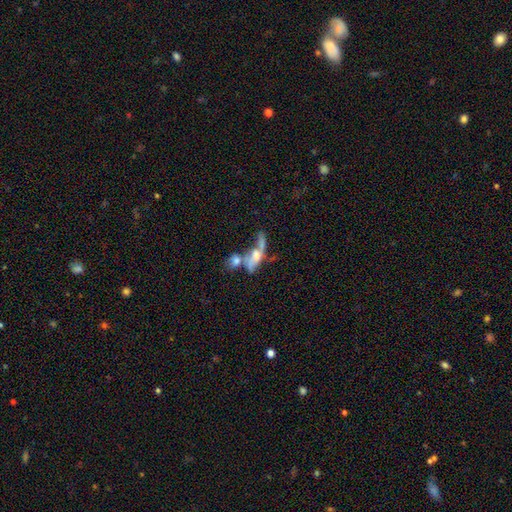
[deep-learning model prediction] A featured or disk galaxy (51%).

Vote fractions:
- Smooth or featured? featured or disk: 51% / smooth: 37% / star or artifact: 12%
- Edge-on disk? no: 68% / yes: 32%
- Merging? merger: 53% / none: 20% / major disturbance: 16% / minor disturbance: 10%